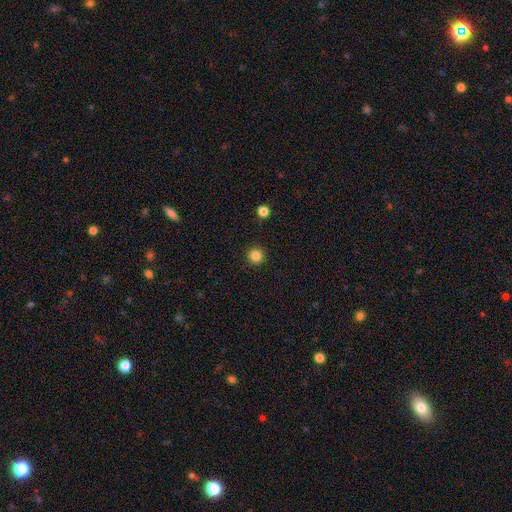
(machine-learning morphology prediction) smooth 84%, star or artifact 12%, featured or disk 4%. Down the decision tree: how rounded — round (96%); merging — none (92%).